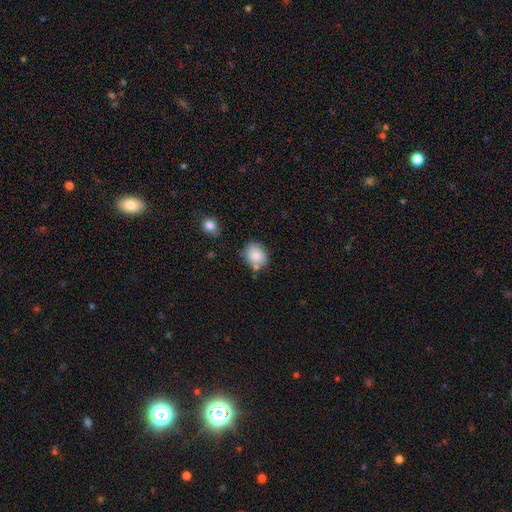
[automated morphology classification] This is clearly a smooth galaxy (86%). How rounded: possibly round (57%). Merging: likely none (69%).